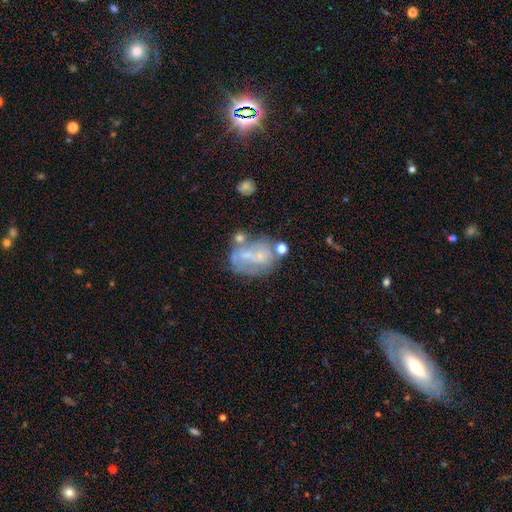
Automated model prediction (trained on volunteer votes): Overall: featured or disk (58%; smooth 28%). Edge-on disk: no (97%). Bar: no (58%; weak 30%). Spiral arms: no (59%; yes 41%). Bulge size: small (55%; none 27%). Merging: none (43%; minor disturbance 22%).